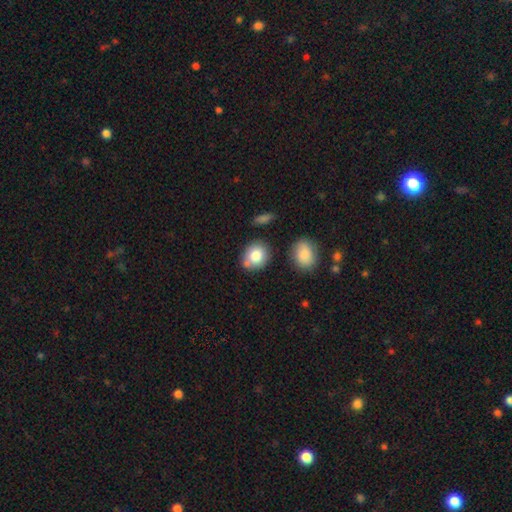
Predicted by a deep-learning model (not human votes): This appears to be a smooth galaxy with no disk features (81%) that is round (68%). Merging: none (66%).